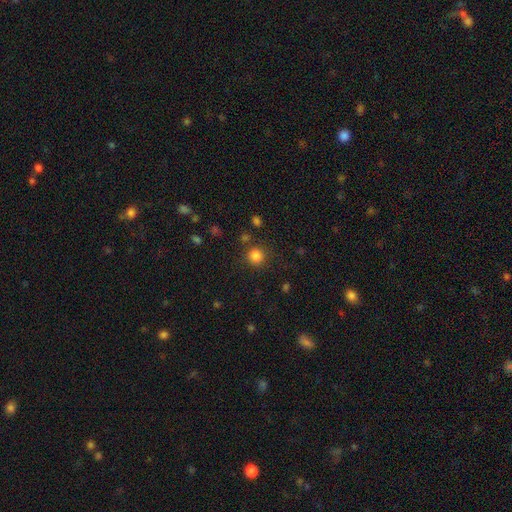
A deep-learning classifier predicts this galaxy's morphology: Q: Smooth or featured?
A: smooth (83%); runner-up: star or artifact (12%)
Q: How rounded?
A: round (92%); runner-up: in between (7%)
Q: Merging?
A: none (84%); runner-up: minor disturbance (8%)